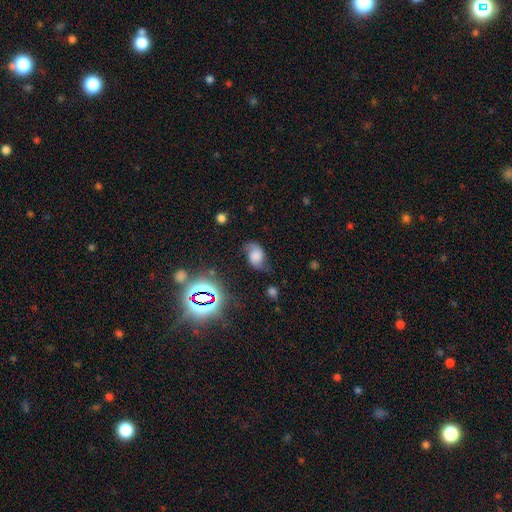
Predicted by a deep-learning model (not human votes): A featured or disk galaxy (46%).

Vote fractions:
- Smooth or featured? featured or disk: 46% / smooth: 38% / star or artifact: 16%
- Merging? none: 58% / minor disturbance: 28% / major disturbance: 12% / merger: 3%